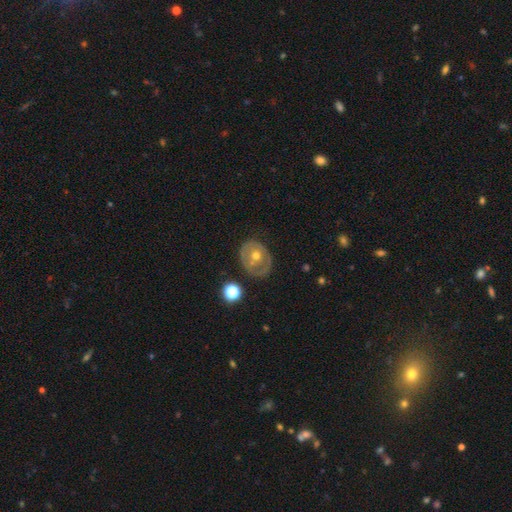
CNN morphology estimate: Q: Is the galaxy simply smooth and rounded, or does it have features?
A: featured or disk — 56%.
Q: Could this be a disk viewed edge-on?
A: no — 95%.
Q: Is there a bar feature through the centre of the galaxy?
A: no — 82%.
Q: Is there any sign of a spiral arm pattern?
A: no — 74%.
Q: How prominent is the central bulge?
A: moderate — 70%.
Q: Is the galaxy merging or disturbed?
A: none — 70%.